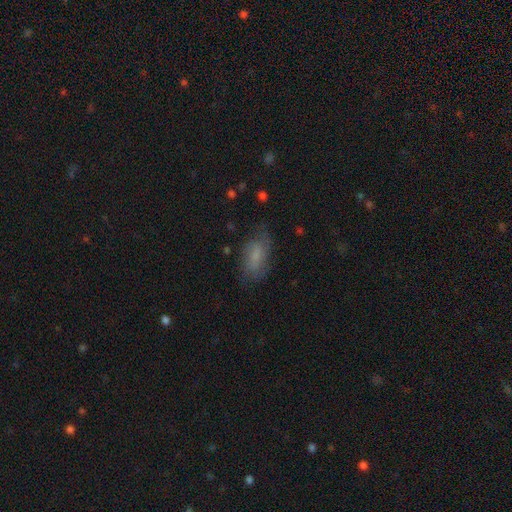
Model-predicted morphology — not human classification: Smooth or featured?
  - smooth: 62% *
  - featured or disk: 28%
  - star or artifact: 10%
How rounded?
  - in between: 87% *
  - cigar-shaped: 8%
  - round: 5%
Merging?
  - none: 67% *
  - minor disturbance: 22%
  - major disturbance: 10%
  - merger: 2%